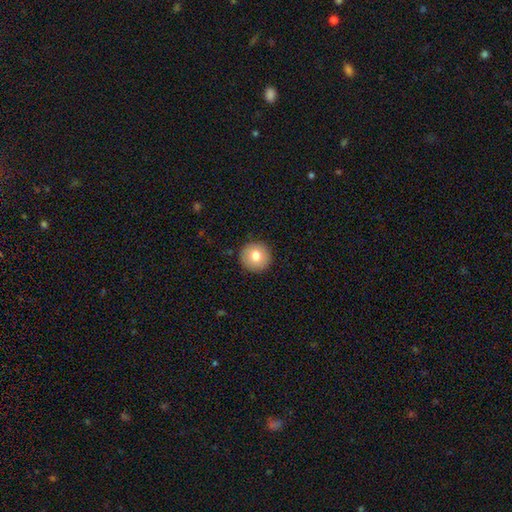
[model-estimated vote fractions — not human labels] smooth-or-featured: smooth: 78% | featured or disk: 14% | star or artifact: 8%
  how-rounded: round: 95% | in between: 4% | cigar-shaped: 1%
  merging: none: 91% | minor disturbance: 6% | major disturbance: 2% | merger: 1%